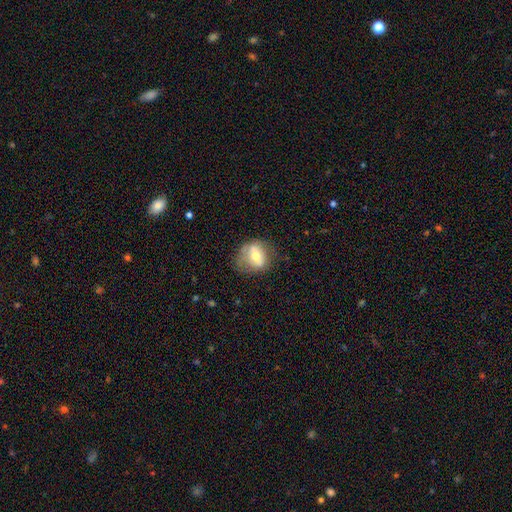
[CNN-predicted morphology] Smooth or featured?
  - smooth: 50% *
  - featured or disk: 42%
  - star or artifact: 8%
Merging?
  - none: 56% *
  - minor disturbance: 26%
  - major disturbance: 15%
  - merger: 2%